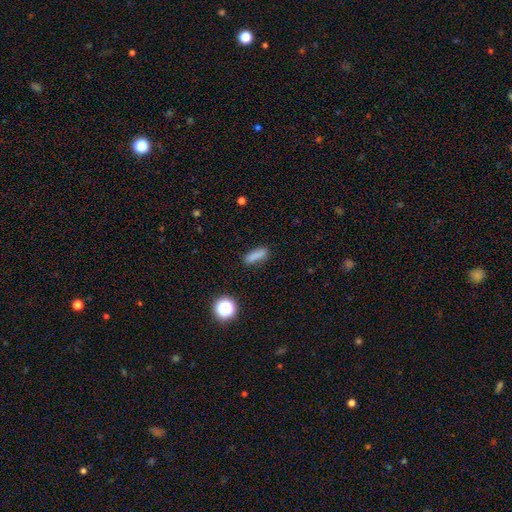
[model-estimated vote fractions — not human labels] This is clearly a smooth galaxy (82%). How rounded: possibly cigar-shaped (57%). Merging: clearly none (81%).